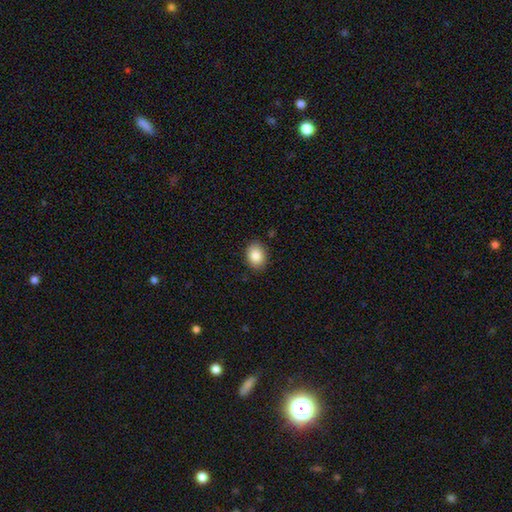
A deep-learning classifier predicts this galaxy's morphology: This is clearly a smooth galaxy (87%). How rounded: possibly in between (56%). Merging: clearly none (87%).